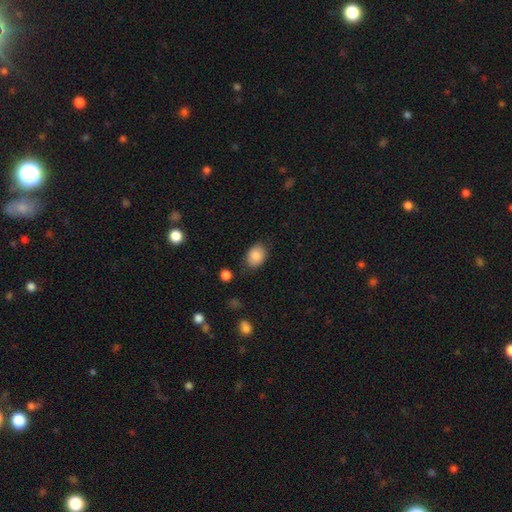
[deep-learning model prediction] This appears to be a smooth galaxy with no disk features (86%) that is in between round and cigar-shaped (74%). Merging: none (78%).